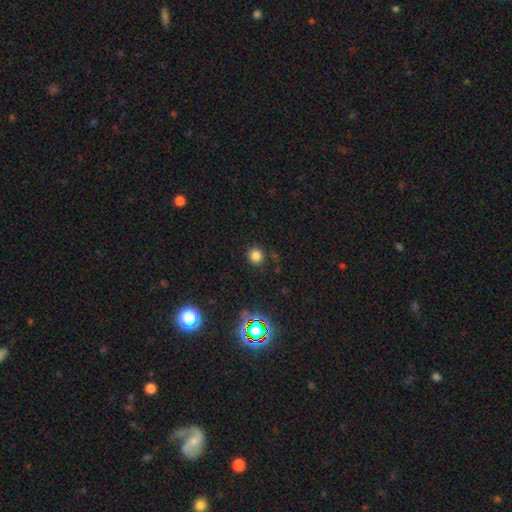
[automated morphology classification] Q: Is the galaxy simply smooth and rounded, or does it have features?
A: smooth — 80%.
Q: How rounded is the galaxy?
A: round — 91%.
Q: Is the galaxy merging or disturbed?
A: none — 88%.